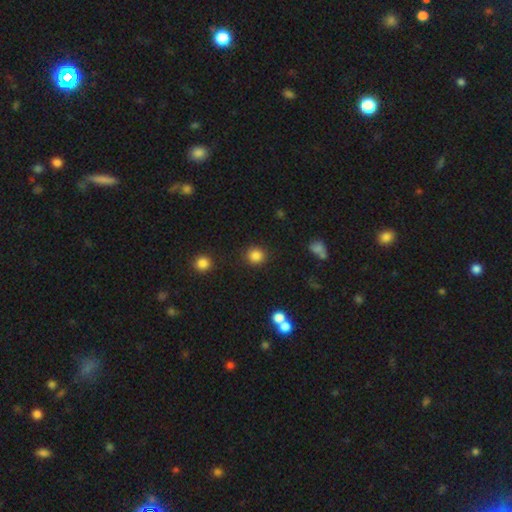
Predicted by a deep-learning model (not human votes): Q: Smooth or featured?
A: smooth (85%); runner-up: star or artifact (11%)
Q: How rounded?
A: round (91%); runner-up: in between (8%)
Q: Merging?
A: none (88%); runner-up: minor disturbance (7%)